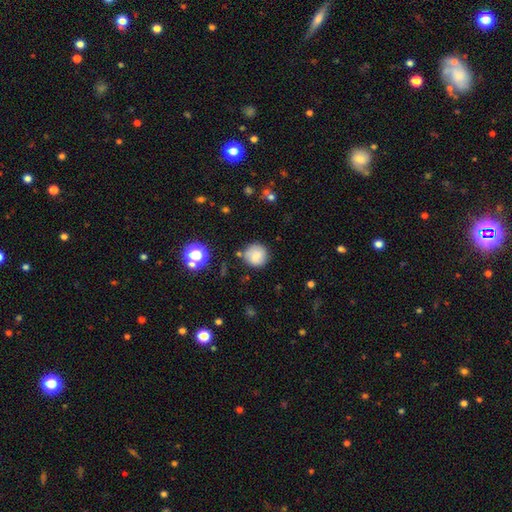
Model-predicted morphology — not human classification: This appears to be a smooth galaxy with no disk features (78%) that is round (92%). Merging: none (77%).